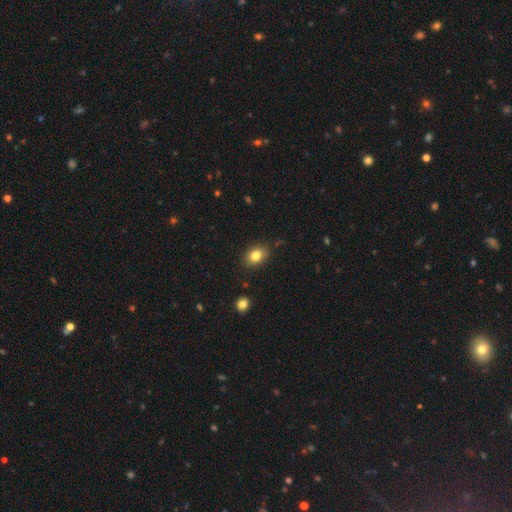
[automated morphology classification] A smooth galaxy with no disk features (82%) that is in between round and cigar-shaped (61%).

Vote fractions:
- Smooth or featured? smooth: 82% / star or artifact: 10% / featured or disk: 8%
- How rounded? in between: 61% / round: 38% / cigar-shaped: 1%
- Merging? none: 85% / minor disturbance: 11% / major disturbance: 2% / merger: 2%